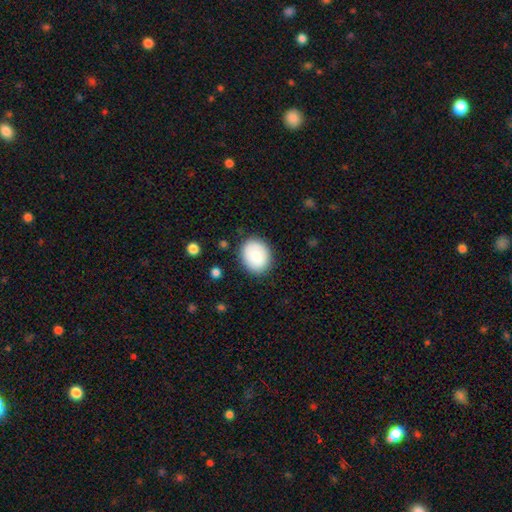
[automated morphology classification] Smooth or featured: smooth — 84% (featured or disk — 9%)
How rounded: round — 53% (in between — 46%)
Merging: none — 84% (minor disturbance — 11%)